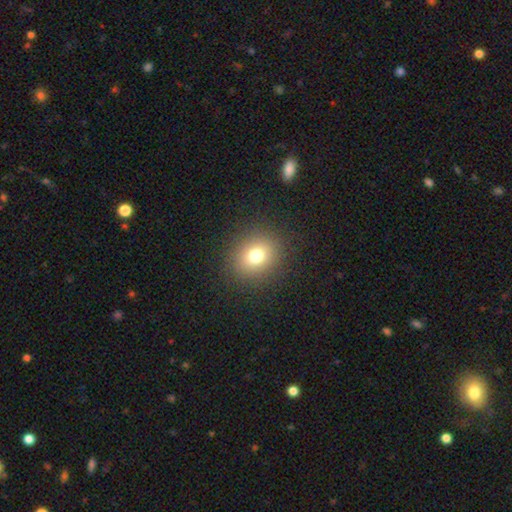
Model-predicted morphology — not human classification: The model was most divided on "how rounded": round: 69%, in between: 30%, cigar-shaped: 1%. More confident: merging — none (88%); smooth or featured — smooth (76%).